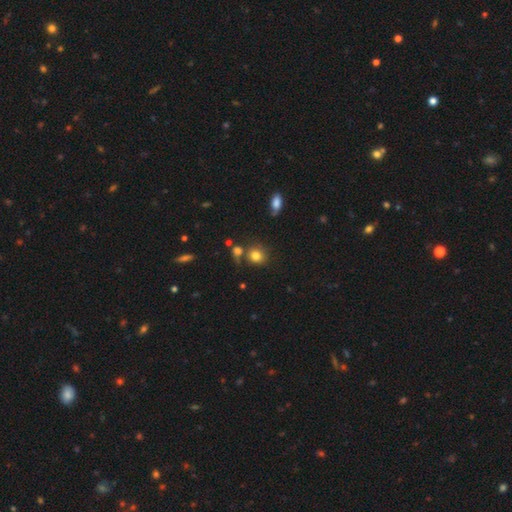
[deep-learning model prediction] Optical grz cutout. It shows a smooth galaxy with no disk features (80%) that is round (79%). Merging: none (67%).